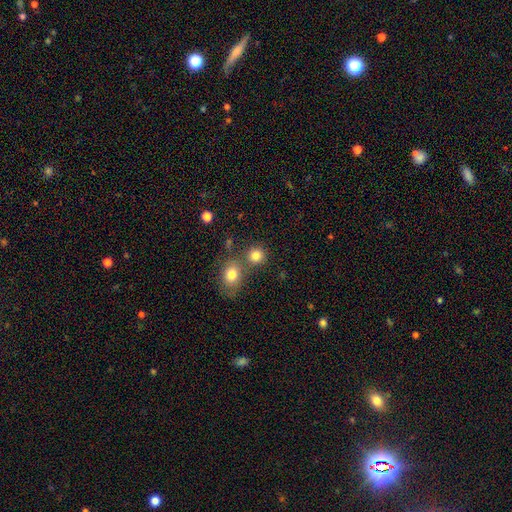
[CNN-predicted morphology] This is clearly a smooth galaxy (82%). How rounded: clearly round (87%). Merging: likely none (64%).